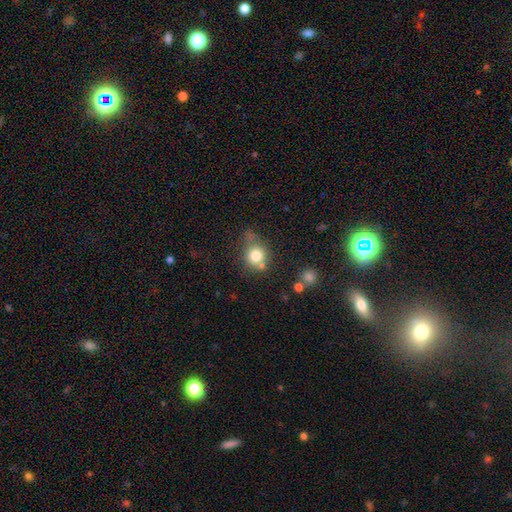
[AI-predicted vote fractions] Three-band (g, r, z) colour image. It shows a smooth galaxy with no disk features (78%) that is round (80%). Merging: none (50%).